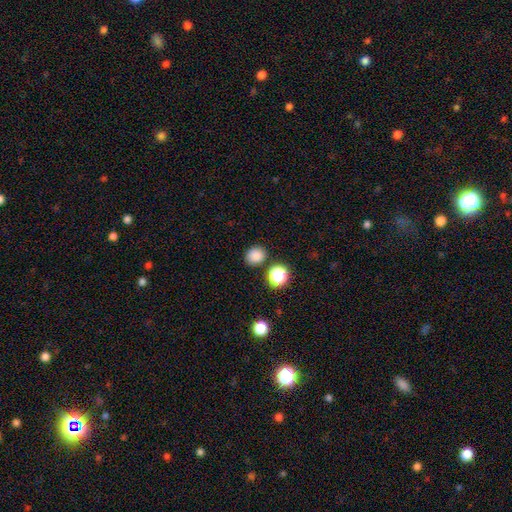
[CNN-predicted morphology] Smooth or featured? smooth (83%)
How rounded? round (76%)
Merging? none (83%)